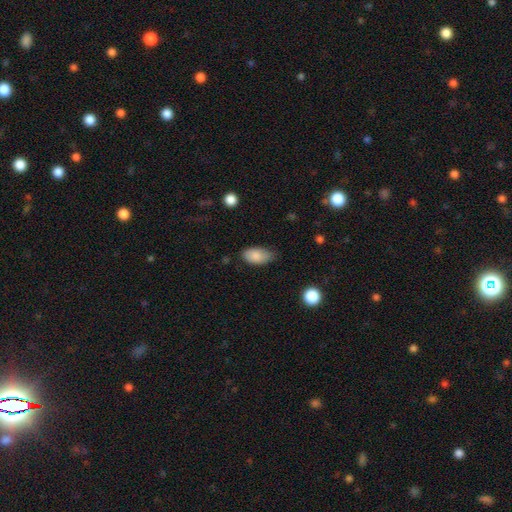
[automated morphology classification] Smooth or featured? smooth (85%)
How rounded? in between (93%)
Merging? none (62%)